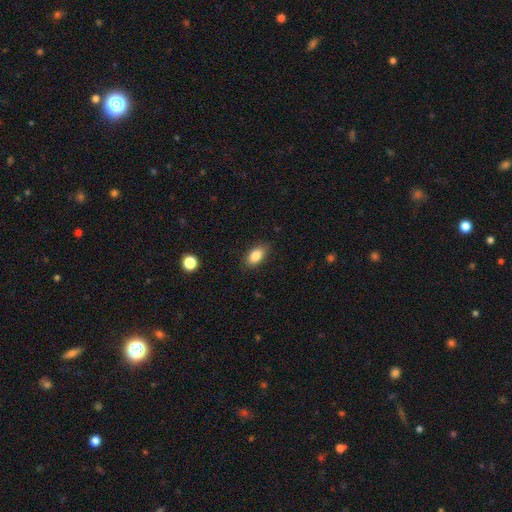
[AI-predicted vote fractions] Overall: smooth (85%). How rounded: in between (89%). Merging: none (84%).